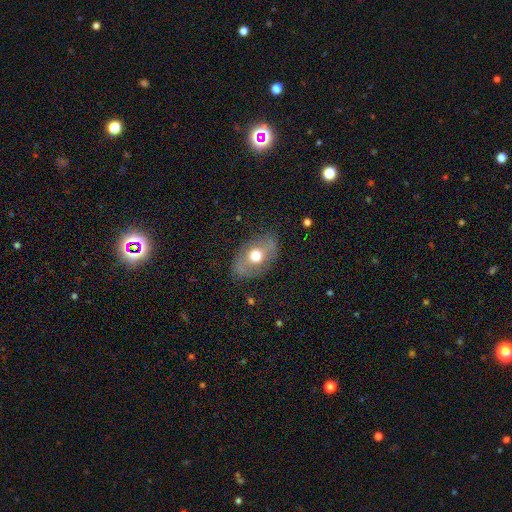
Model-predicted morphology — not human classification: Smooth or featured? Predicted: smooth (p=0.48). Merging? Predicted: none (p=0.76).